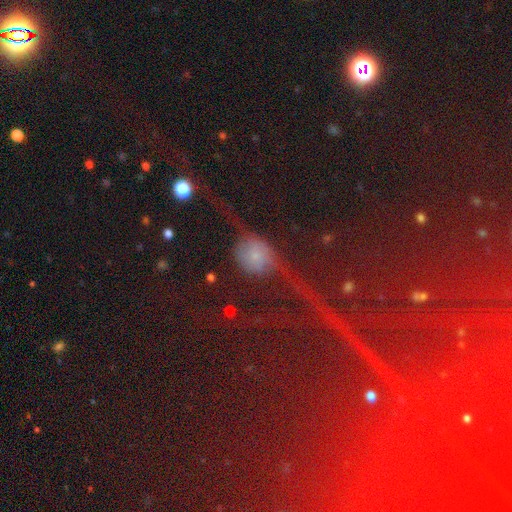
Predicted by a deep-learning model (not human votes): smooth 48%, featured or disk 30%, star or artifact 22%. Down the decision tree: merging — none (48%).